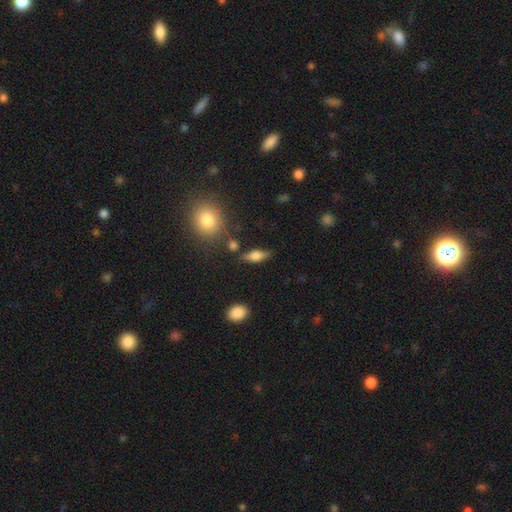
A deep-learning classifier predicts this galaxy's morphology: Smooth or featured: smooth — 58% (featured or disk — 34%)
How rounded: in between — 61% (cigar-shaped — 32%)
Merging: none — 79% (minor disturbance — 12%)